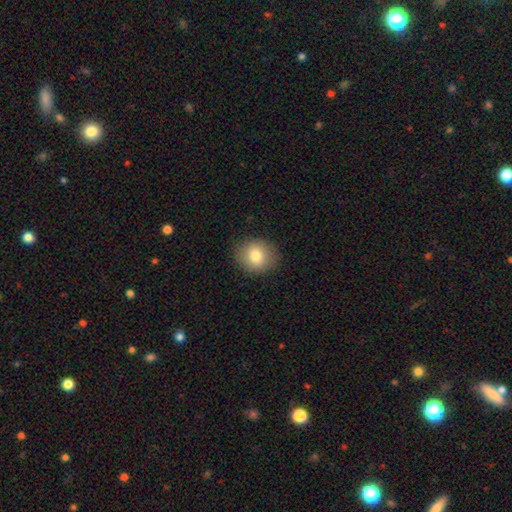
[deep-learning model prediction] smooth-or-featured: smooth: 80% | featured or disk: 11% | star or artifact: 9%
  how-rounded: round: 74% | in between: 25% | cigar-shaped: 1%
  merging: none: 88% | minor disturbance: 9% | major disturbance: 3% | merger: 1%